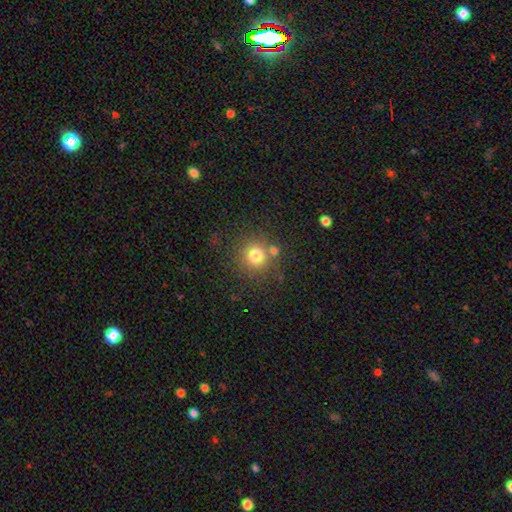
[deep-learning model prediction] smooth 78%, star or artifact 14%, featured or disk 9%. Down the decision tree: how rounded — round (92%); merging — none (74%).